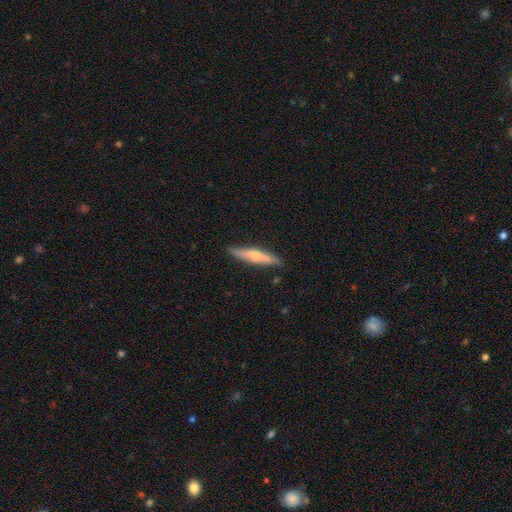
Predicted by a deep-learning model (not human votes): smooth-or-featured: smooth: 56% | featured or disk: 38% | star or artifact: 6%
  how-rounded: cigar-shaped: 90% | in between: 9% | round: 2%
  merging: none: 85% | minor disturbance: 12% | major disturbance: 2% | merger: 1%